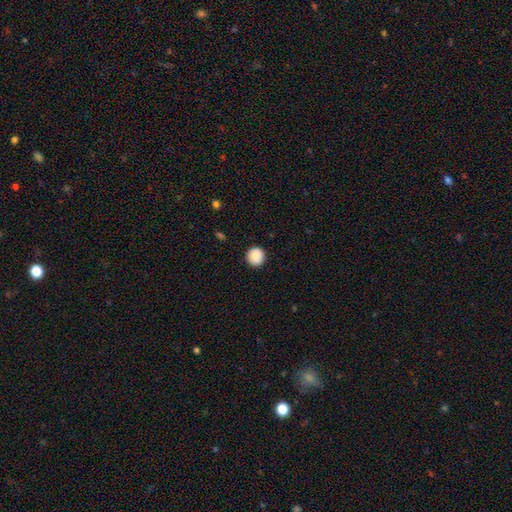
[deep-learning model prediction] smooth_or_featured: smooth (p=0.90) [alt: star or artifact p=0.08]
how_rounded: round (p=0.93) [alt: in between p=0.06]
merging: none (p=0.91) [alt: minor disturbance p=0.06]